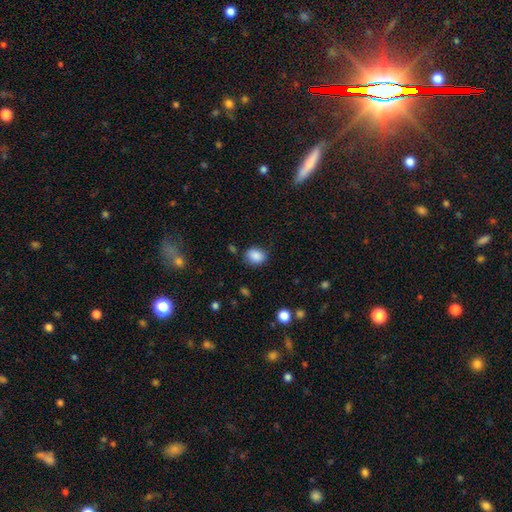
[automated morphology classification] This appears to be a smooth galaxy with no disk features (87%) that is in between round and cigar-shaped (52%). Merging: none (75%).